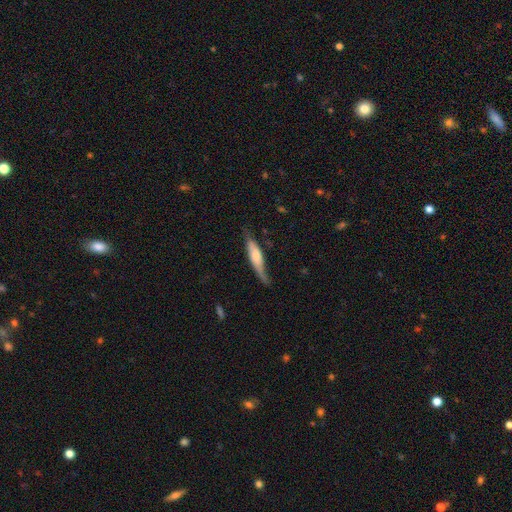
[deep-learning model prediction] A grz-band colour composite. It shows a smooth galaxy with no disk features (52%) that is cigar-shaped (77%). Merging: none (55%).